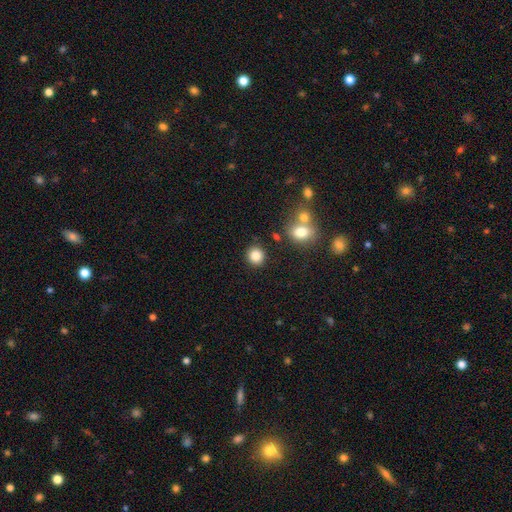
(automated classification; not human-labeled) This appears to be a smooth galaxy with no disk features (85%) that is round (87%). Merging: none (85%).